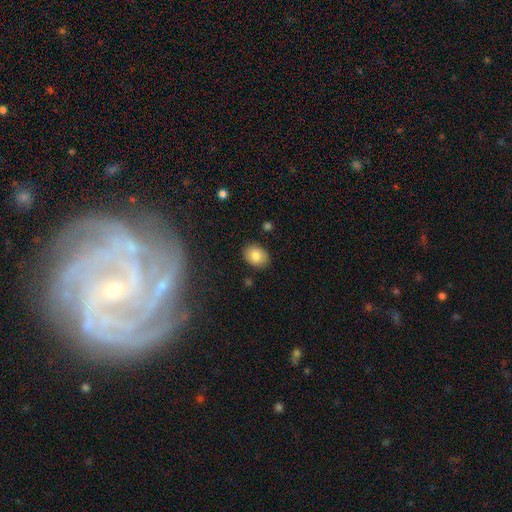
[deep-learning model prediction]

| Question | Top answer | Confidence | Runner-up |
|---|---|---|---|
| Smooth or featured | smooth | 83% | star or artifact (9%) |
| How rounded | in between | 59% | round (40%) |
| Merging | none | 86% | minor disturbance (10%) |